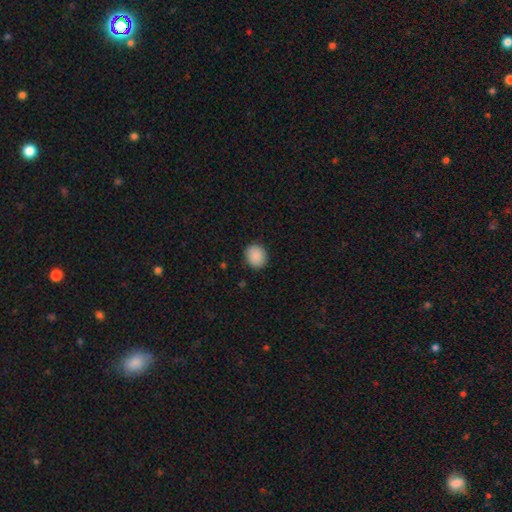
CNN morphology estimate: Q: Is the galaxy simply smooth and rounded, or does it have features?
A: smooth — 90%.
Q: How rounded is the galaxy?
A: round — 65%.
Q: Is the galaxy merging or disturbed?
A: none — 88%.